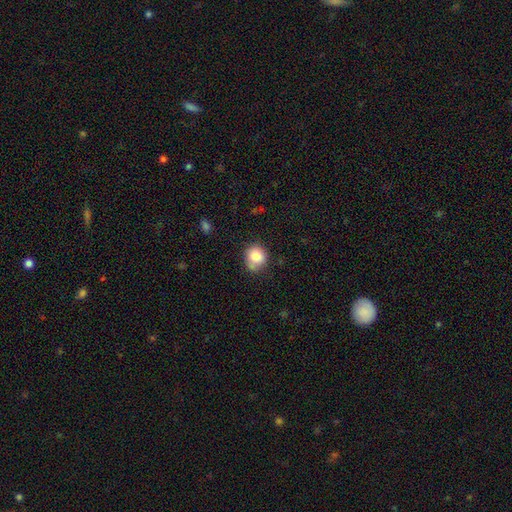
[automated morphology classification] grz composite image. It shows a smooth galaxy with no disk features (82%) that is round (80%). Merging: none (68%).